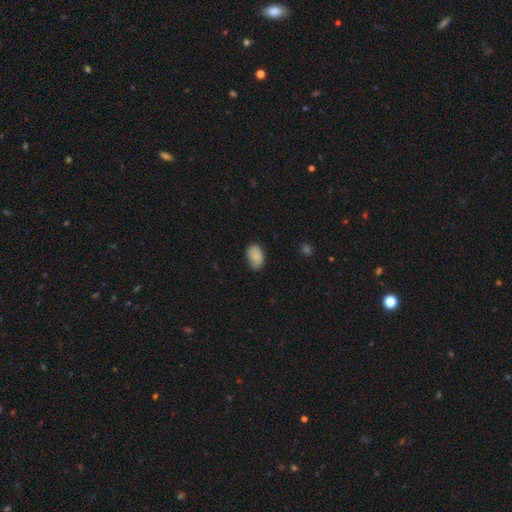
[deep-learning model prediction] Smooth or featured? Predicted: smooth (p=0.82). How rounded? Predicted: in between (p=0.87). Merging? Predicted: none (p=0.74).